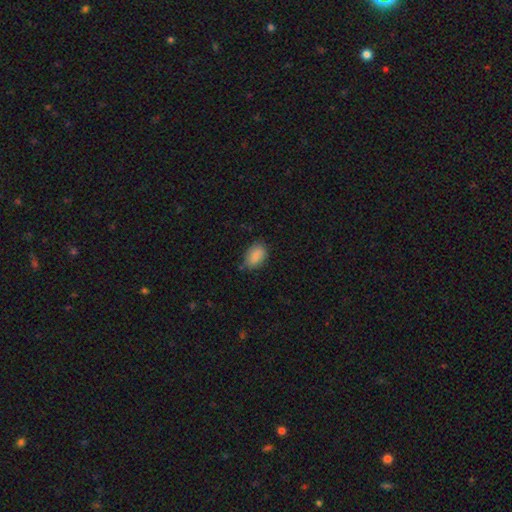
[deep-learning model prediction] This is clearly a smooth galaxy (87%). How rounded: clearly in between (83%). Merging: likely none (69%).